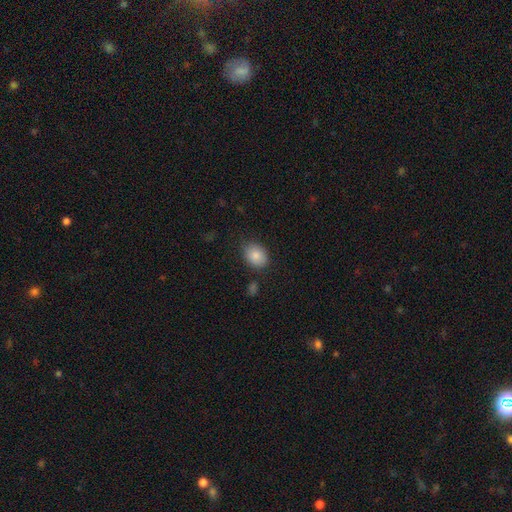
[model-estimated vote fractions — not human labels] A smooth galaxy with no disk features (86%) that is in between round and cigar-shaped (59%).

Vote fractions:
- Smooth or featured? smooth: 86% / star or artifact: 8% / featured or disk: 6%
- How rounded? in between: 59% / round: 40% / cigar-shaped: 1%
- Merging? none: 79% / minor disturbance: 15% / major disturbance: 3% / merger: 3%